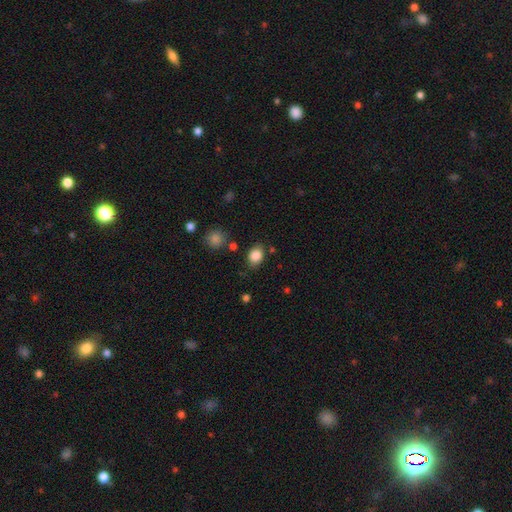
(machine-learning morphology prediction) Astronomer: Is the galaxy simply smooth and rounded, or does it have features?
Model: smooth — 86%.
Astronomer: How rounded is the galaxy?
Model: in between — 64%.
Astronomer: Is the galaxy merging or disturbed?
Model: none — 78%.